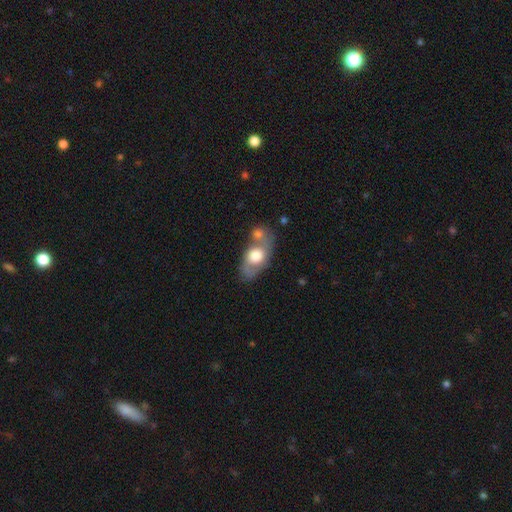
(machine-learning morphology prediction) A smooth galaxy with no disk features (53%) that is in between round and cigar-shaped (83%).

Vote fractions:
- Smooth or featured? smooth: 53% / featured or disk: 41% / star or artifact: 6%
- How rounded? in between: 83% / round: 13% / cigar-shaped: 4%
- Merging? none: 44% / merger: 29% / minor disturbance: 19% / major disturbance: 9%